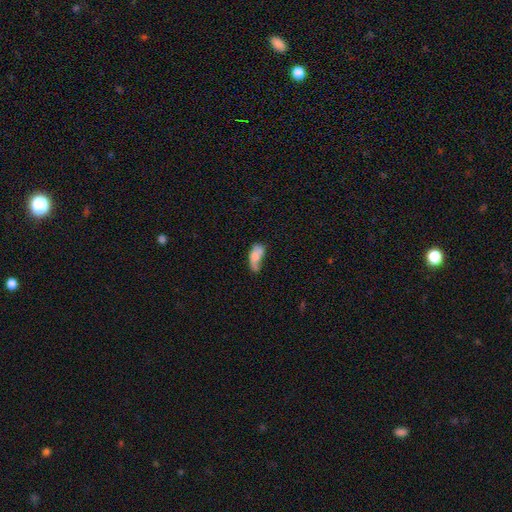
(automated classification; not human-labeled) Overall: smooth (65%; featured or disk 26%). How rounded: in between (83%). Merging: minor disturbance (29%, tied with none).